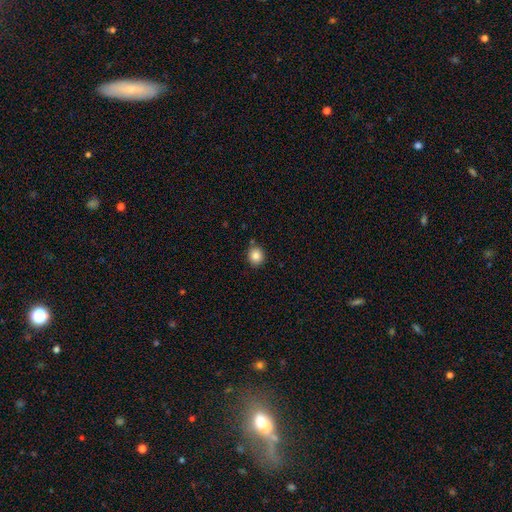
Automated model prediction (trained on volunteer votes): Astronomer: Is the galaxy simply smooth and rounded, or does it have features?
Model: smooth — 85%.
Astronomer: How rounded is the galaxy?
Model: round — 81%.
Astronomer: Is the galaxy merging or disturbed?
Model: none — 85%.